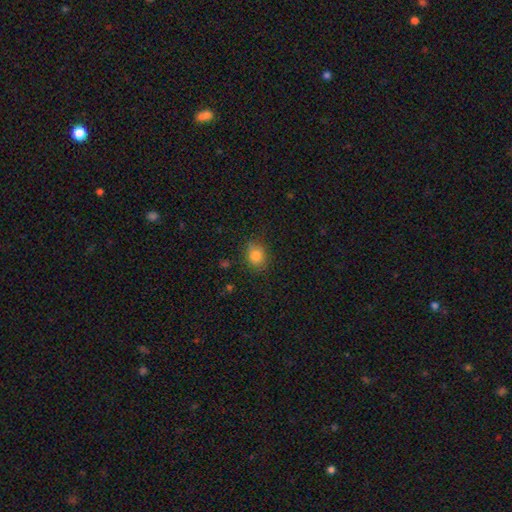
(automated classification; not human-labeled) Smooth or featured? Predicted: smooth (p=0.82). How rounded? Predicted: round (p=0.62). Merging? Predicted: none (p=0.81).